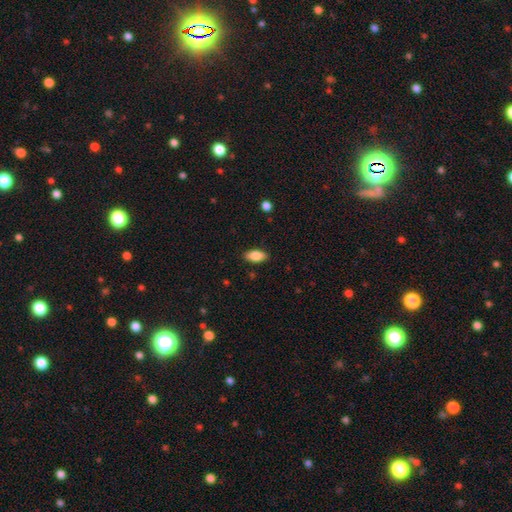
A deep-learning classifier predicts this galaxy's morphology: This appears to be a smooth galaxy with no disk features (83%) that is in between round and cigar-shaped (89%). Merging: none (87%).